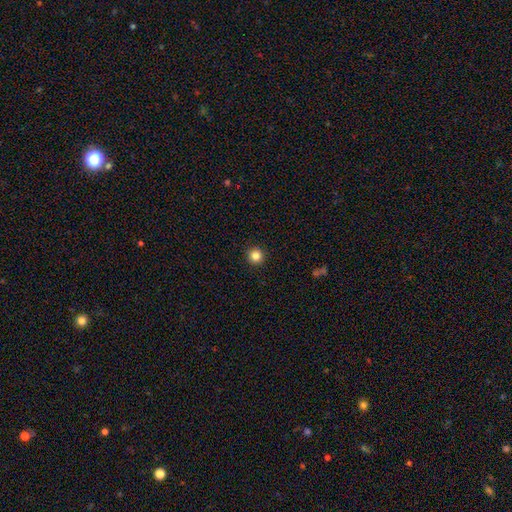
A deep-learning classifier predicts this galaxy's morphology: Q: Smooth or featured?
A: smooth (83%); runner-up: star or artifact (12%)
Q: How rounded?
A: round (96%); runner-up: in between (3%)
Q: Merging?
A: none (94%); runner-up: minor disturbance (4%)